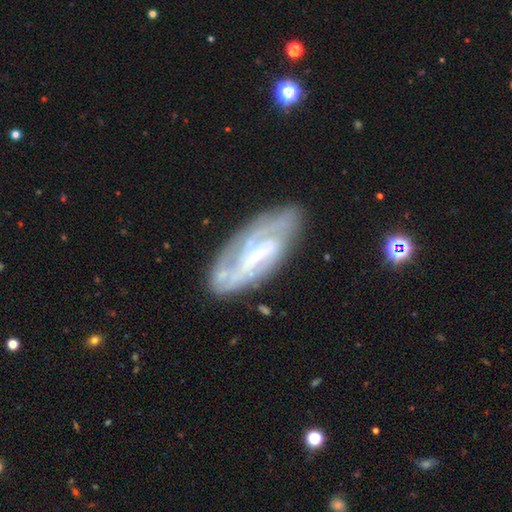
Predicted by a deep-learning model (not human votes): Morphology: type=featured or disk (76%); edge-on=no (88%); bar=weak (41%); spiral arms=yes (82%); winding=tight (52%); arm count=can't tell (44%); bulge=small (58%); merging=none (69%).